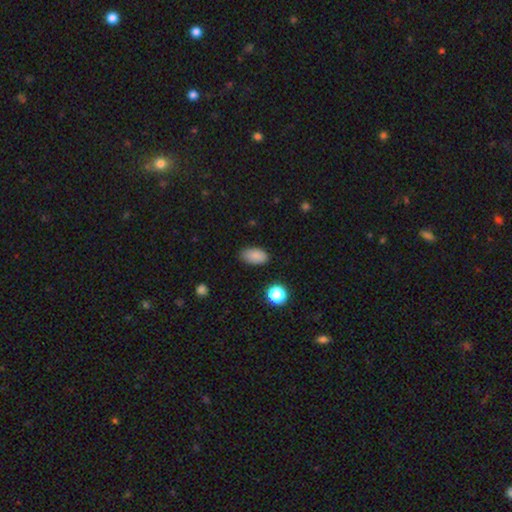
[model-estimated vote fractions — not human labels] Smooth or featured? smooth (85%)
How rounded? in between (92%)
Merging? none (81%)